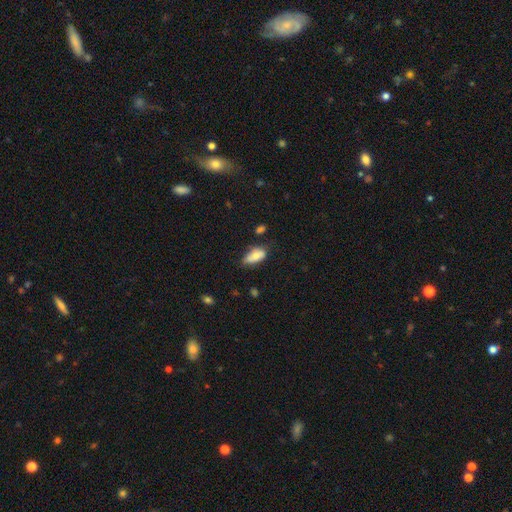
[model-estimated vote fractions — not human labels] Overall: smooth (73%). How rounded: in between (91%). Merging: none (52%; minor disturbance 34%).